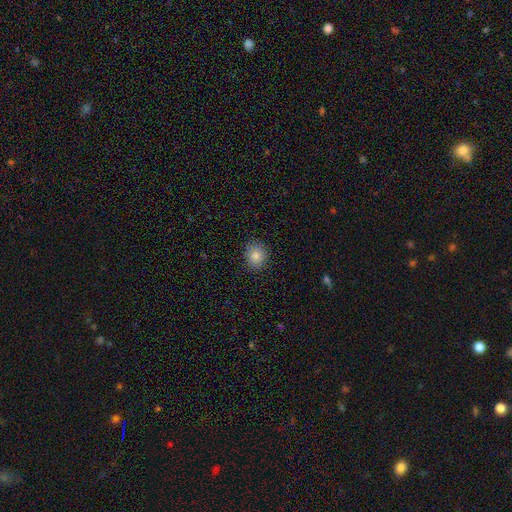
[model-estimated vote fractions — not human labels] Morphology: type=smooth (81%); roundness=round (78%); merging=none (89%).